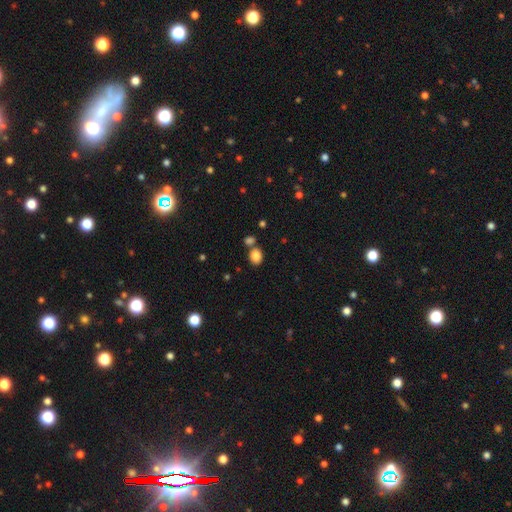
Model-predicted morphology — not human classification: smooth 84%, star or artifact 10%, featured or disk 6%. Down the decision tree: how rounded — round (51%); merging — none (66%).